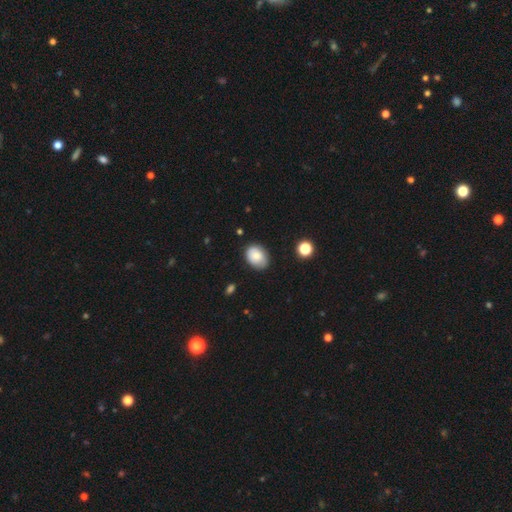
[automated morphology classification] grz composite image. It shows a smooth galaxy with no disk features (77%) that is in between round and cigar-shaped (69%). Merging: none (78%).